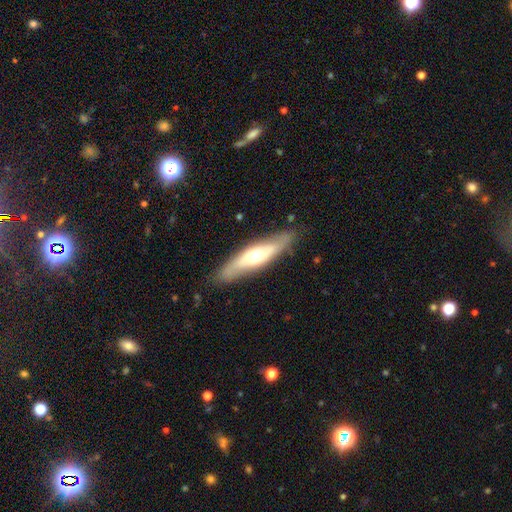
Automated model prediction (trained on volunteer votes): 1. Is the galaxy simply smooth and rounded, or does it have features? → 53% featured or disk, 42% smooth, 5% star or artifact.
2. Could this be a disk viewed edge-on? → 64% yes, 36% no.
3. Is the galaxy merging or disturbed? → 84% none, 12% minor disturbance, 3% major disturbance, 1% merger.